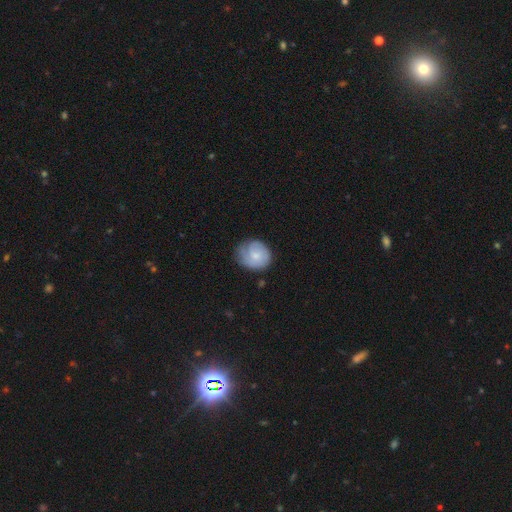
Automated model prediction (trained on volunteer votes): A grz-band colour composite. It shows a smooth galaxy with no disk features (48%). Merging: none (58%).